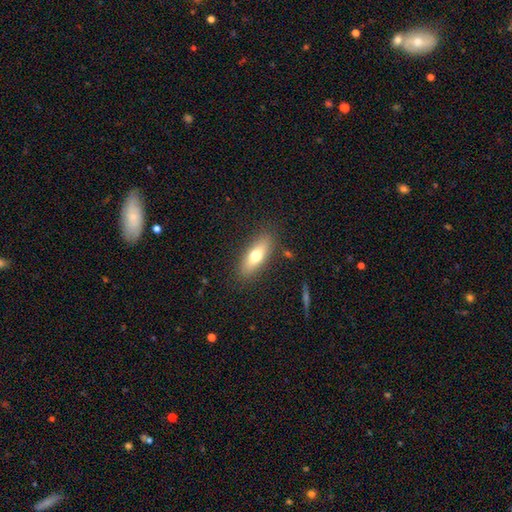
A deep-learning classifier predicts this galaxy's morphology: Smooth or featured: smooth — 66% (featured or disk — 27%)
How rounded: in between — 64% (cigar-shaped — 32%)
Merging: none — 84% (minor disturbance — 11%)